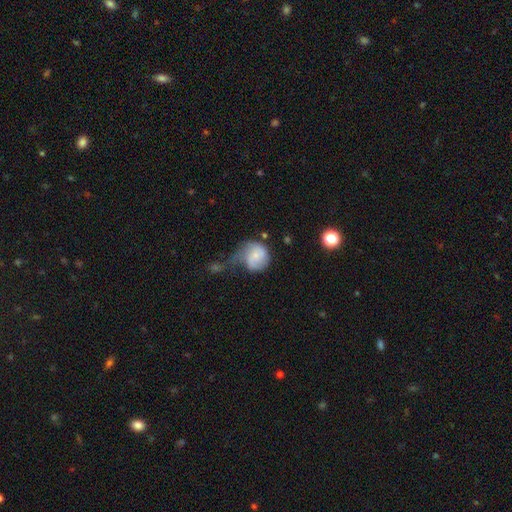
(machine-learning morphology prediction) Overall: smooth (60%; featured or disk 33%). How rounded: round (75%). Merging: major disturbance (45%; minor disturbance 25%).